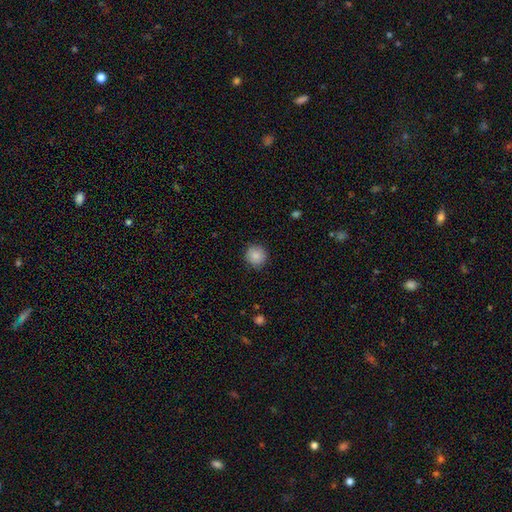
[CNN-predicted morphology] smooth_or_featured: smooth (p=0.87) [alt: star or artifact p=0.08]
how_rounded: round (p=0.92) [alt: in between p=0.07]
merging: none (p=0.88) [alt: minor disturbance p=0.09]